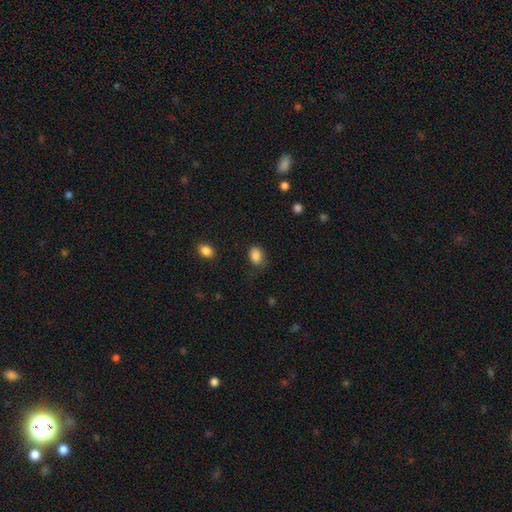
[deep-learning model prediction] A smooth galaxy with no disk features (86%) that is in between round and cigar-shaped (72%). Merging: none (70%).